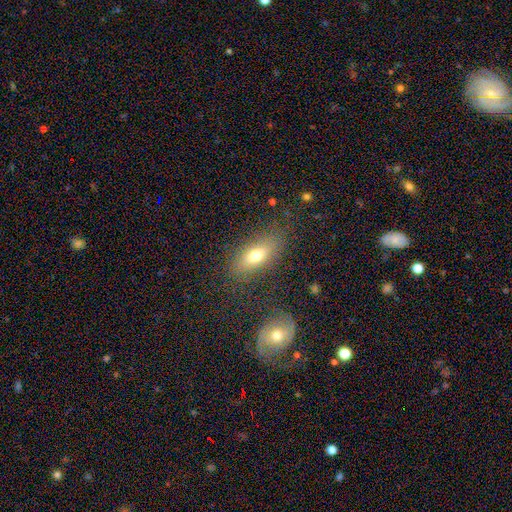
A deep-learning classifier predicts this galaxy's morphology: smooth_or_featured: smooth (p=0.68) [alt: featured or disk p=0.21]
how_rounded: in between (p=0.78) [alt: cigar-shaped p=0.14]
merging: none (p=0.80) [alt: minor disturbance p=0.12]